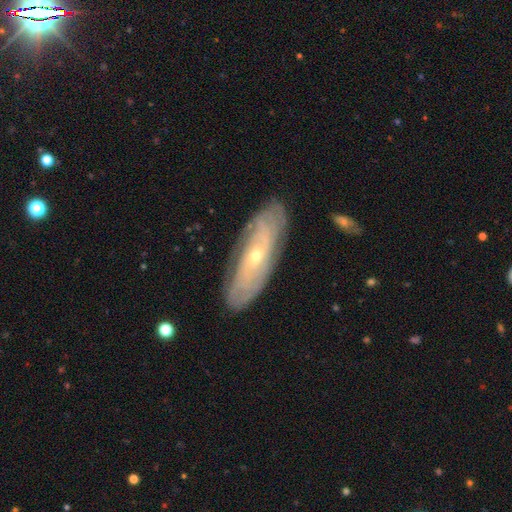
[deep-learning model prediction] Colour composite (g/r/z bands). It shows a featured or disk galaxy (74%) with no bar (69%), spiral arms (80%) and a small central bulge (66%). Merging: none (85%).